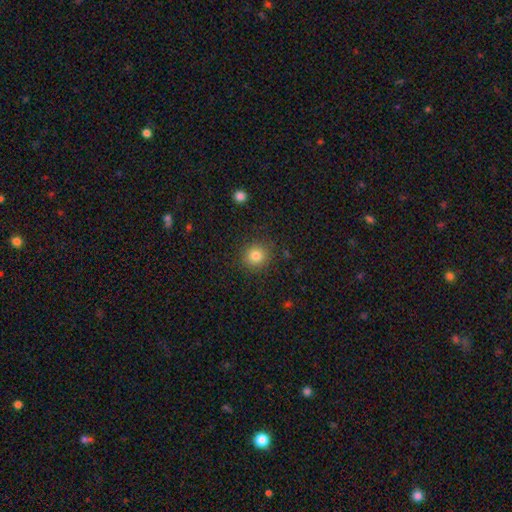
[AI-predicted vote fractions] Overall: smooth (82%). How rounded: round (89%). Merging: none (88%).